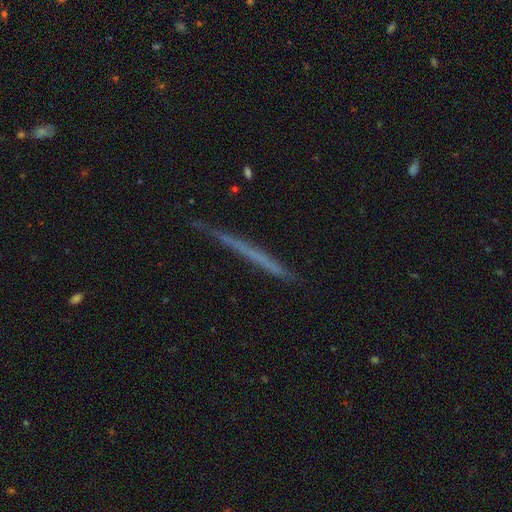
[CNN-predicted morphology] Smooth or featured: featured or disk — 47% (smooth — 45%)
Merging: none — 86% (minor disturbance — 11%)